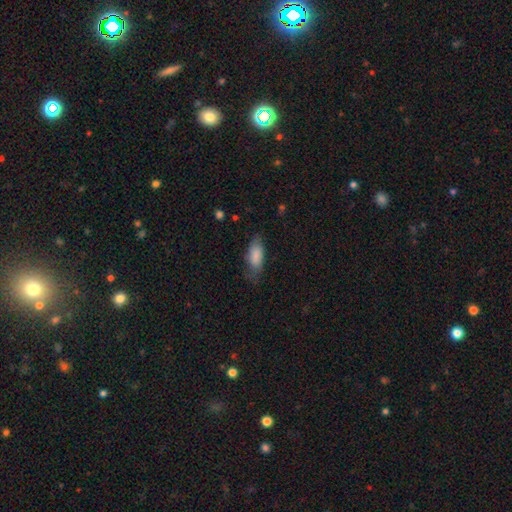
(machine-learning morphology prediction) Smooth or featured: smooth — 80% (featured or disk — 14%)
How rounded: in between — 82% (cigar-shaped — 16%)
Merging: none — 62% (minor disturbance — 27%)